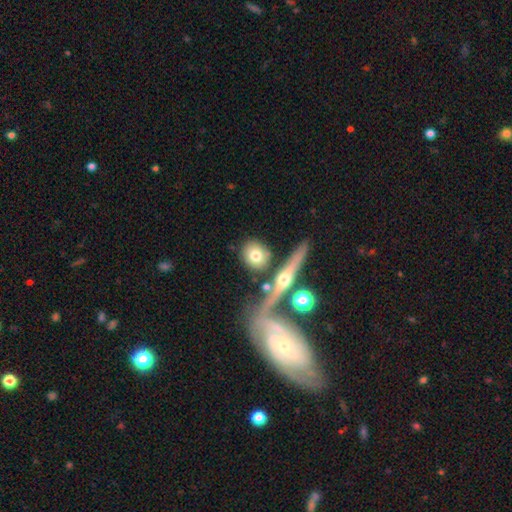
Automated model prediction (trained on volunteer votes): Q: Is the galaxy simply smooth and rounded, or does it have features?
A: smooth — 68%.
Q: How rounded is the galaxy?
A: round — 73%.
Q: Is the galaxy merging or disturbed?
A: none — 75%.